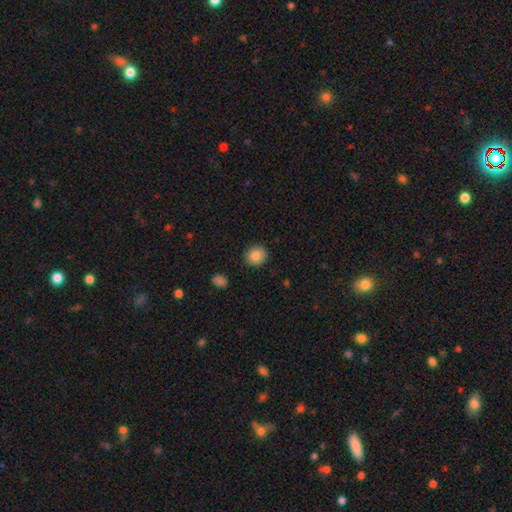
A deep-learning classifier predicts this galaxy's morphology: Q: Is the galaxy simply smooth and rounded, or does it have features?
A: smooth — 86%.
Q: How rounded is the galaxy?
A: round — 85%.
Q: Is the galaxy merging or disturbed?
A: none — 90%.